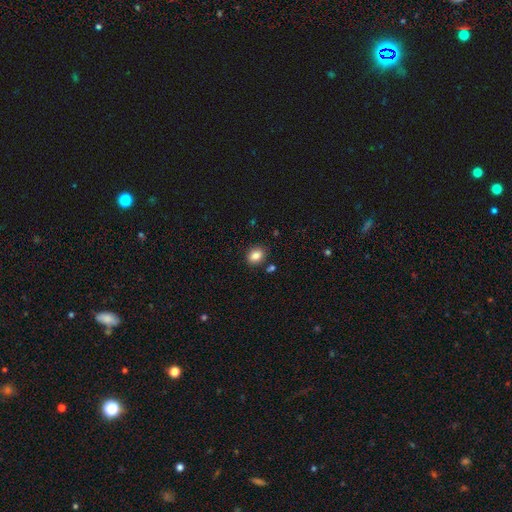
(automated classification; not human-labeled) Morphology: type=smooth (85%); roundness=in between (57%); merging=none (83%).